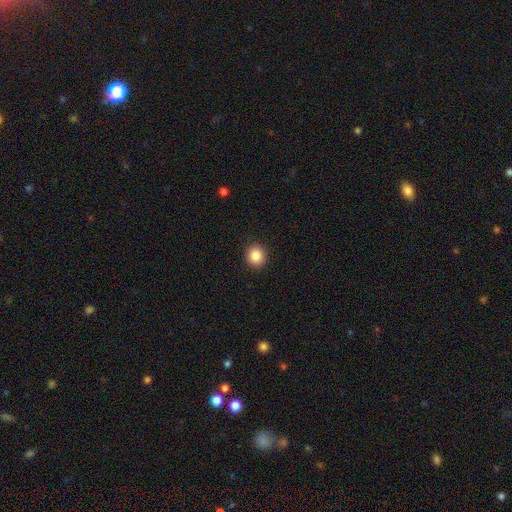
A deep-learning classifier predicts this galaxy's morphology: Q: Smooth or featured?
A: smooth (87%); runner-up: star or artifact (9%)
Q: How rounded?
A: round (88%); runner-up: in between (11%)
Q: Merging?
A: none (91%); runner-up: minor disturbance (6%)